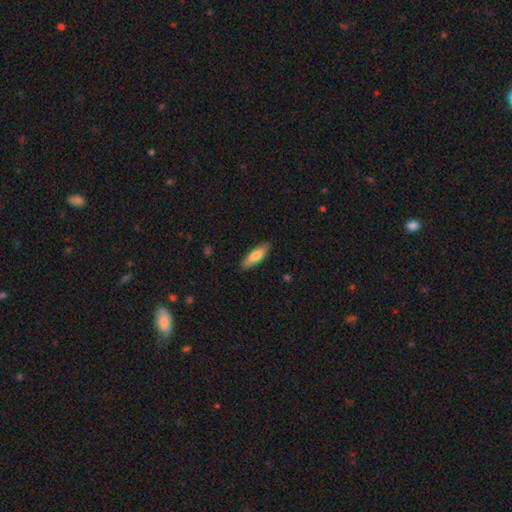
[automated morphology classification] A smooth galaxy with no disk features (76%) that is in between round and cigar-shaped (50%). Merging: none (88%).